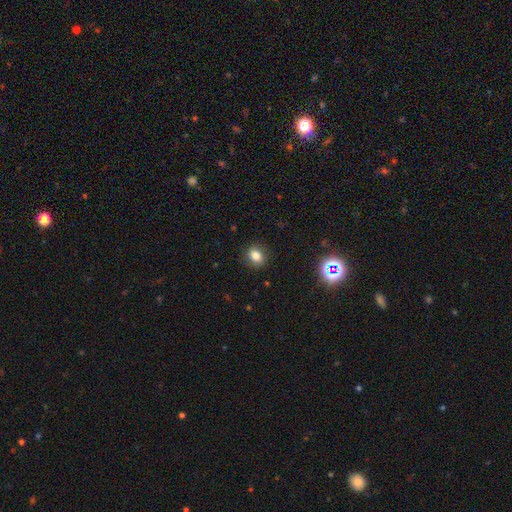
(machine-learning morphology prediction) This appears to be a smooth galaxy with no disk features (78%) that is in between round and cigar-shaped (53%). Merging: none (86%).